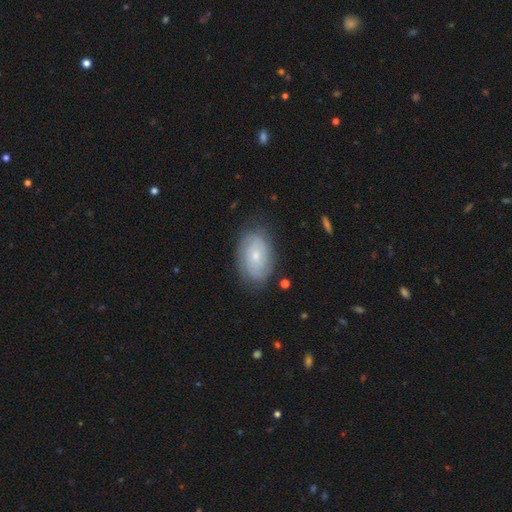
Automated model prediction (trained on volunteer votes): smooth_or_featured: featured or disk (p=0.61) [alt: smooth p=0.32]
disk_edge_on: no (p=0.95) [alt: yes p=0.05]
bar: no (p=0.75) [alt: weak p=0.22]
has_spiral_arms: yes (p=0.83) [alt: no p=0.17]
bulge_size: small (p=0.63) [alt: moderate p=0.33]
merging: none (p=0.79) [alt: minor disturbance p=0.16]